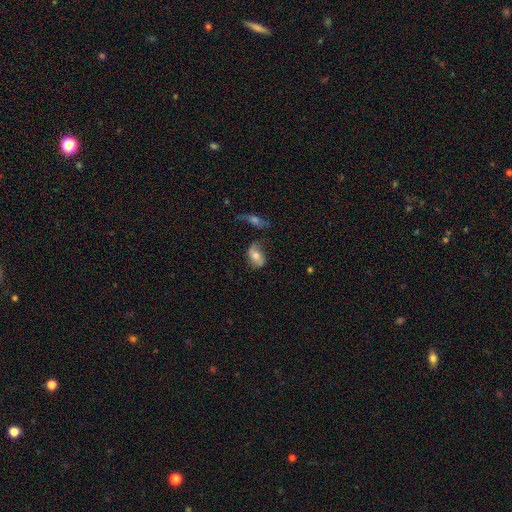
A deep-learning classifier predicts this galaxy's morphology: type=smooth (47%); merging=none (53%).